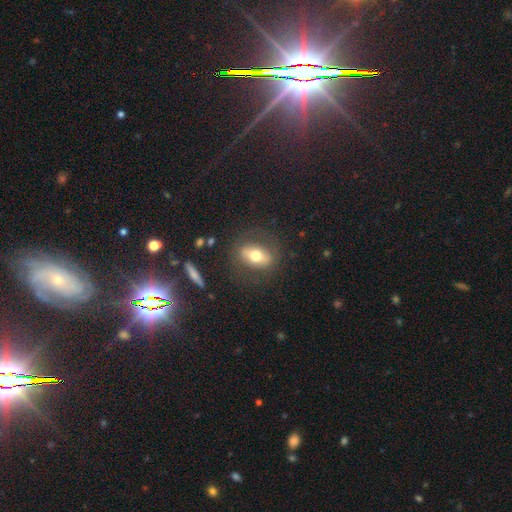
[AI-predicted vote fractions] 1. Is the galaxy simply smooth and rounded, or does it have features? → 55% smooth, 37% featured or disk, 8% star or artifact.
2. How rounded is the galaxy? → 76% in between, 19% round, 5% cigar-shaped.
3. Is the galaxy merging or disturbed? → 77% none, 13% minor disturbance, 8% major disturbance, 2% merger.